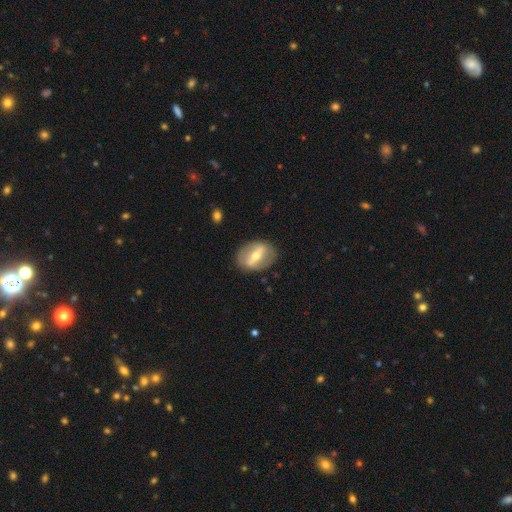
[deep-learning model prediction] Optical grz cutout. It shows a featured or disk galaxy (64%) with a strong bar (71%), no spiral arms (79%) and a moderate central bulge (63%). Merging: none (85%).